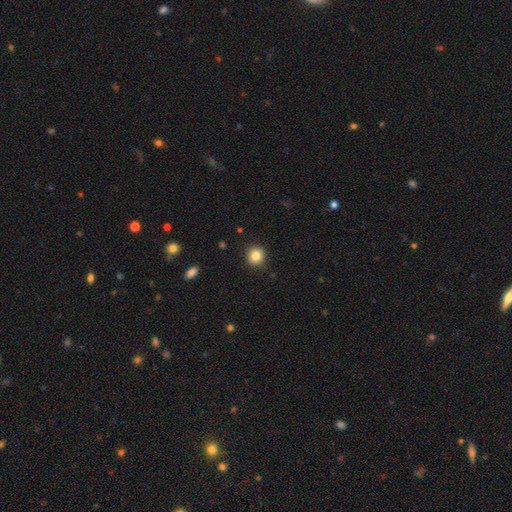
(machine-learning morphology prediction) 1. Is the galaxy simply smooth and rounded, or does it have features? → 84% smooth, 11% star or artifact, 6% featured or disk.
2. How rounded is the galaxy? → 93% round, 6% in between, 1% cigar-shaped.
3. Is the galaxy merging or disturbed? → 92% none, 6% minor disturbance, 2% major disturbance, 1% merger.